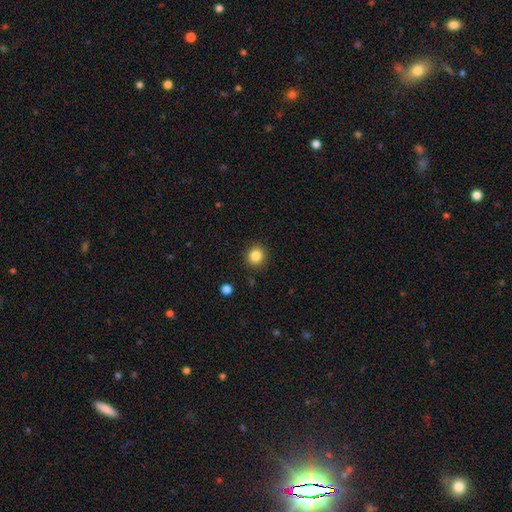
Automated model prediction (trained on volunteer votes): smooth 85%, star or artifact 11%, featured or disk 5%. Down the decision tree: how rounded — round (90%); merging — none (90%).